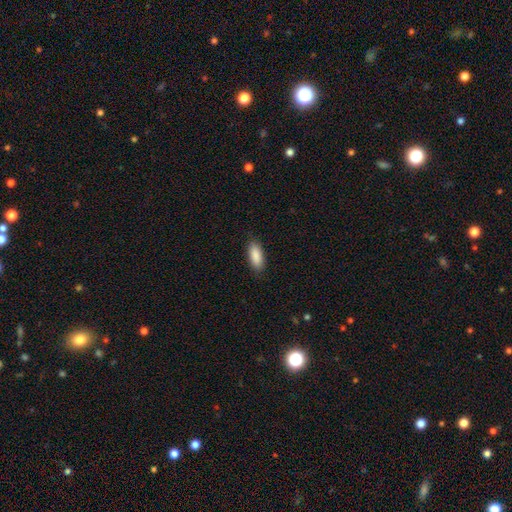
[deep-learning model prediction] Smooth or featured?
  - smooth: 90% *
  - star or artifact: 6%
  - featured or disk: 4%
How rounded?
  - in between: 80% *
  - cigar-shaped: 18%
  - round: 2%
Merging?
  - none: 87% *
  - minor disturbance: 10%
  - major disturbance: 2%
  - merger: 1%